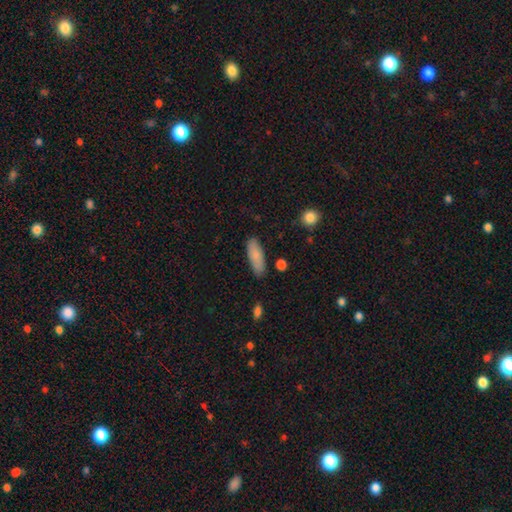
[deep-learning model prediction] A smooth galaxy with no disk features (85%) that is in between round and cigar-shaped (61%).

Vote fractions:
- Smooth or featured? smooth: 85% / featured or disk: 9% / star or artifact: 7%
- How rounded? in between: 61% / cigar-shaped: 37% / round: 2%
- Merging? none: 82% / minor disturbance: 14% / major disturbance: 3% / merger: 2%